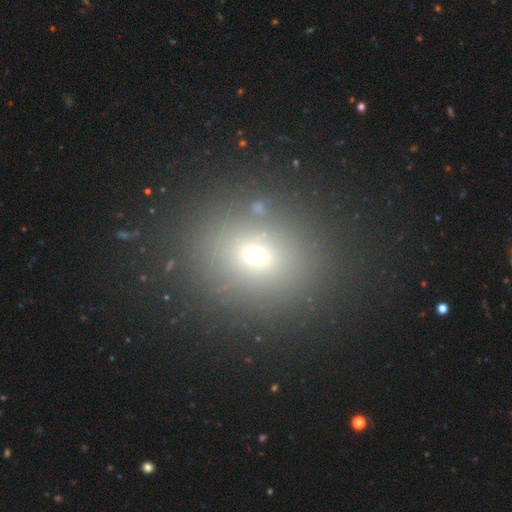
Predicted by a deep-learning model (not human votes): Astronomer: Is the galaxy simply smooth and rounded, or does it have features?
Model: smooth — 63%.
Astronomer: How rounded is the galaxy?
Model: round — 64%.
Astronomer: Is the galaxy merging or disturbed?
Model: none — 85%.